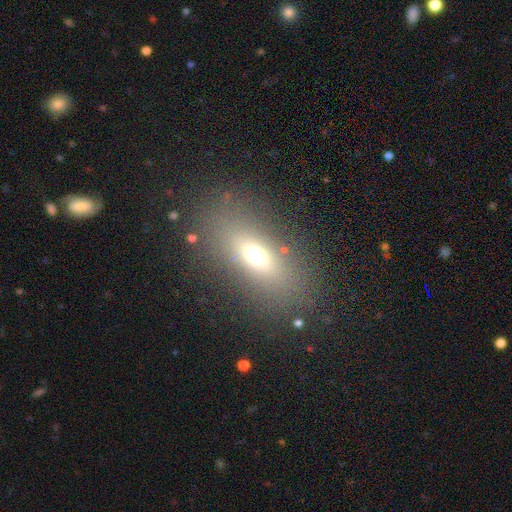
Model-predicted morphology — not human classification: A smooth galaxy with no disk features (62%) that is in between round and cigar-shaped (67%). Merging: none (82%).